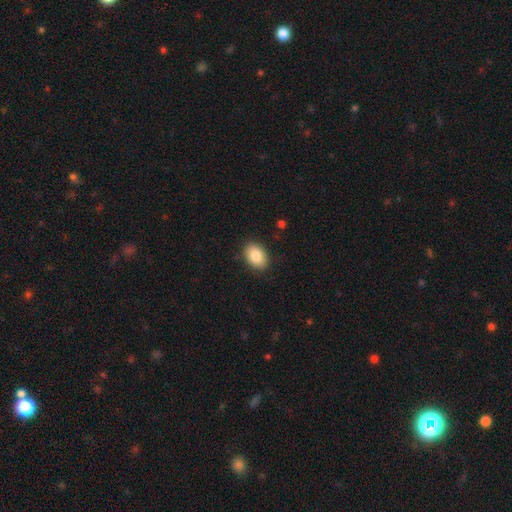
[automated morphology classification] Smooth or featured? smooth (85%)
How rounded? in between (84%)
Merging? none (88%)